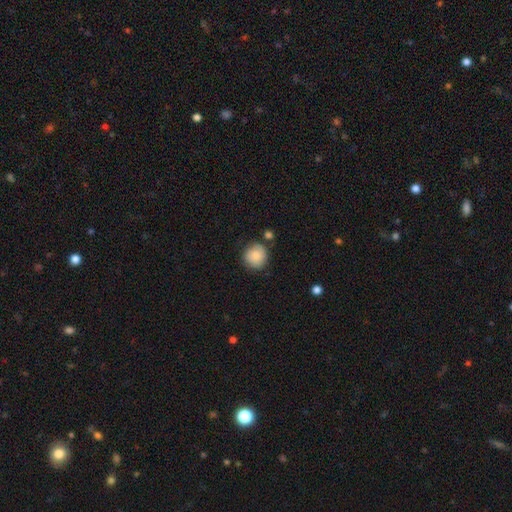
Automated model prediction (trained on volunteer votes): This appears to be a smooth galaxy with no disk features (85%) that is round (90%). Merging: none (76%).